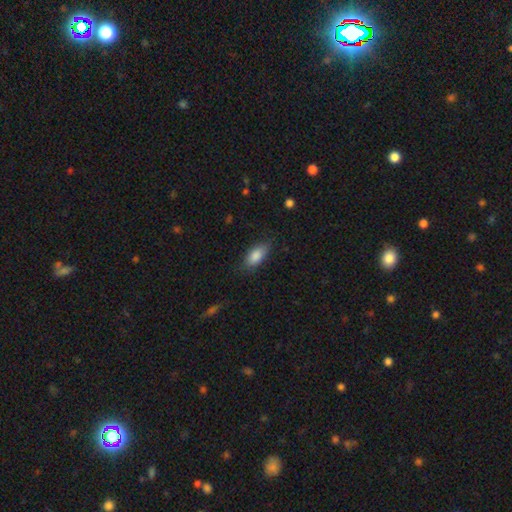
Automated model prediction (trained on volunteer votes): The model was most divided on "merging": none: 76%, minor disturbance: 18%, major disturbance: 4%, merger: 1%. More confident: how rounded — in between (87%); smooth or featured — smooth (85%).